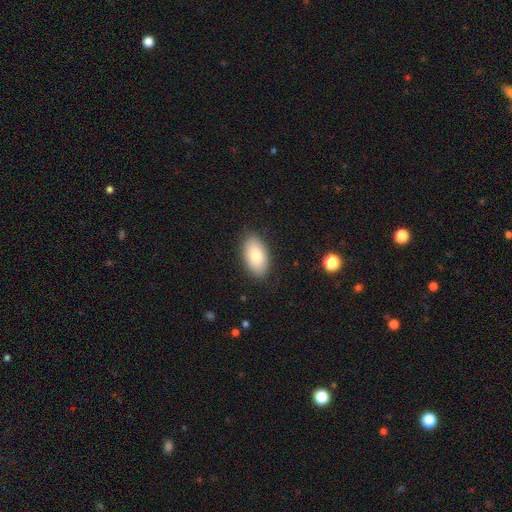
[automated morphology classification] type=smooth (81%); roundness=in between (95%); merging=none (86%).